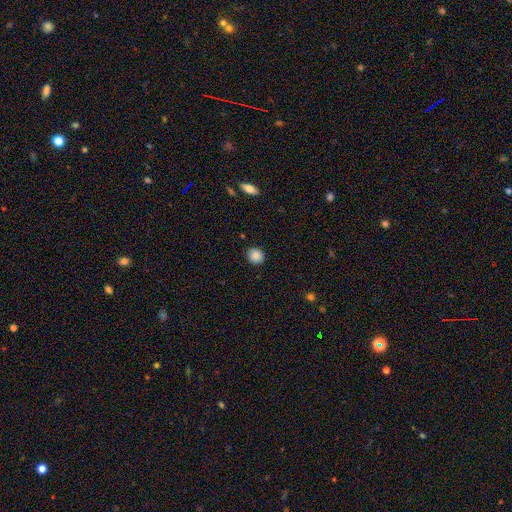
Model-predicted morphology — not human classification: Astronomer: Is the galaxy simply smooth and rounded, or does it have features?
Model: smooth — 88%.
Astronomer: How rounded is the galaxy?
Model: round — 83%.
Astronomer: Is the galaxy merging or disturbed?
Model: none — 89%.